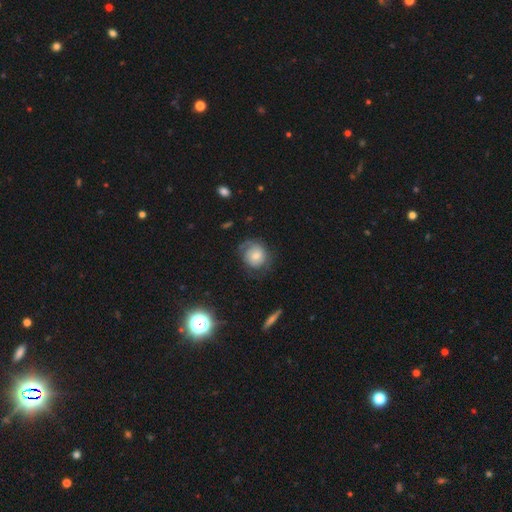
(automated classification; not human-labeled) This appears to be a smooth galaxy with no disk features (48%). Merging: none (60%).